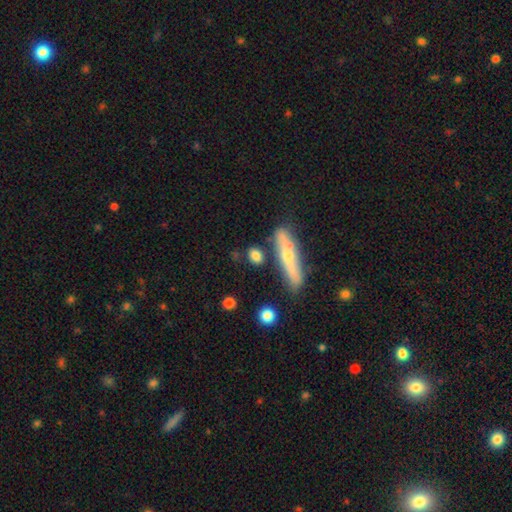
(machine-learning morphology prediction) Smooth or featured: smooth — 75% (featured or disk — 17%)
How rounded: in between — 48% (round — 31%)
Merging: none — 72% (minor disturbance — 14%)